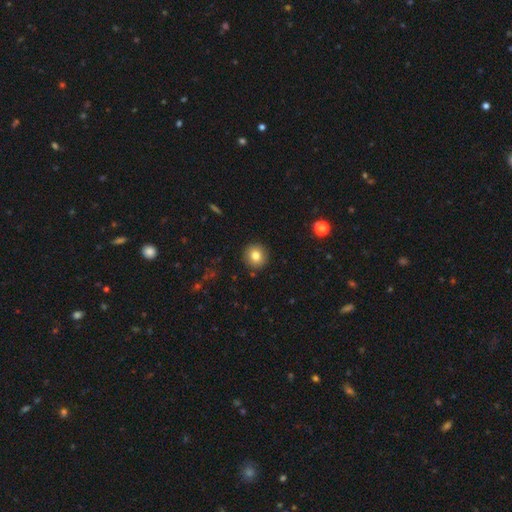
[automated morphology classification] This is likely a smooth galaxy (80%). How rounded: clearly round (94%). Merging: clearly none (92%).